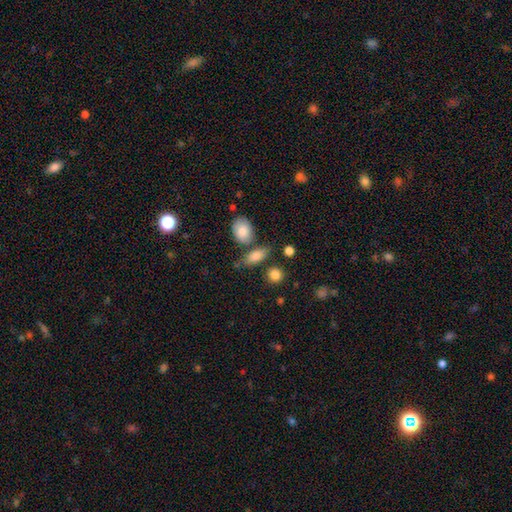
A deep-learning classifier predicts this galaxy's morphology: Overall: smooth (82%). How rounded: in between (71%). Merging: none (66%).